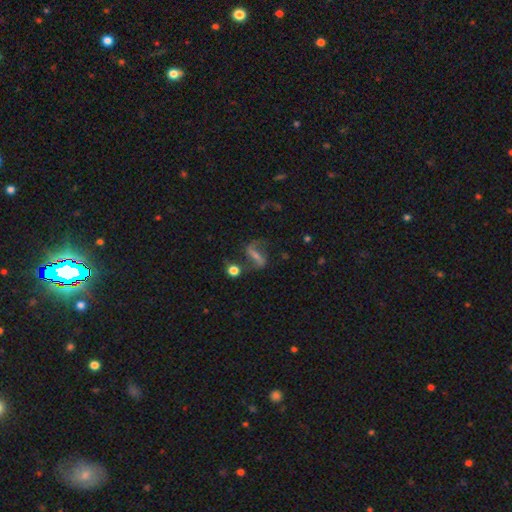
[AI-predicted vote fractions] smooth-or-featured: featured or disk: 70% | smooth: 16% | star or artifact: 14%
  disk-edge-on: no: 91% | yes: 9%
    bar: strong: 53% | weak: 30% | no: 17%
    has-spiral-arms: yes: 84% | no: 16%
      spiral-winding: loose: 64% | medium: 27% | tight: 9%
      spiral-arm-count: 2: 87% | 1: 5% | can't tell: 5% | 3: 1% | 4: 1% | more than 4: 1%
    bulge-size: small: 51% | none: 23% | moderate: 21% | large: 3% | dominant: 2%
  merging: none: 63% | minor disturbance: 15% | major disturbance: 13% | merger: 8%